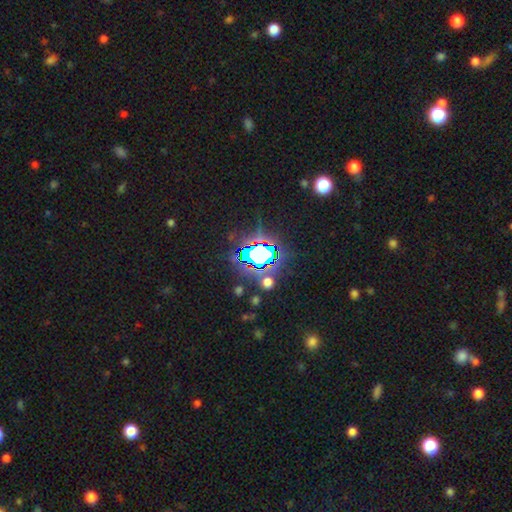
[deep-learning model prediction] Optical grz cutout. It shows a star or artifact, not a galaxy (80%).